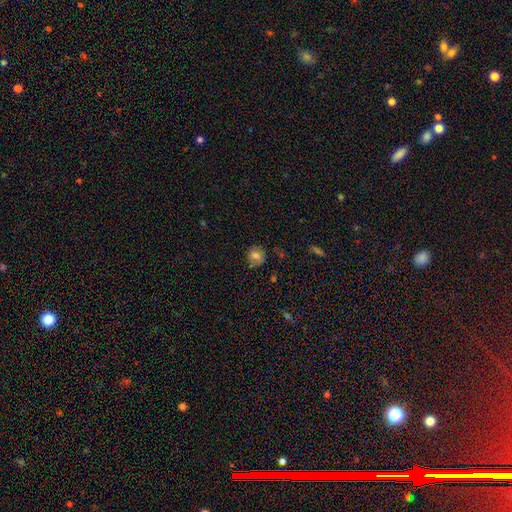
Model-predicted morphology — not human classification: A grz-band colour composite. It shows a smooth galaxy with no disk features (62%) that is round (69%). Merging: none (70%).